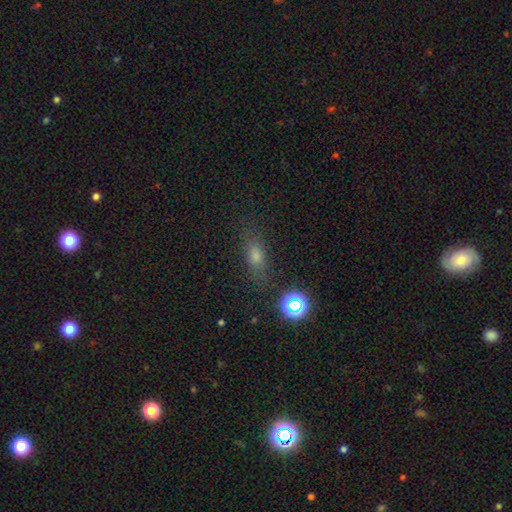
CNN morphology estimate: Smooth or featured? Predicted: smooth (p=0.69). How rounded? Predicted: in between (p=0.65). Merging? Predicted: none (p=0.76).